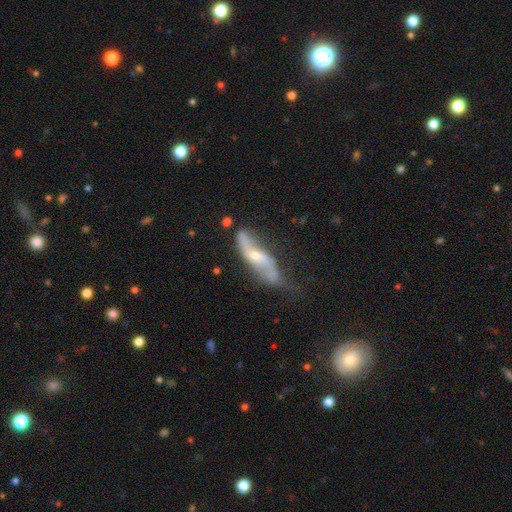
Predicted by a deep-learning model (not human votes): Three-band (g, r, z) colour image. It shows a featured or disk galaxy (76%) with no bar (50%), spiral arms (86%) and a small central bulge (53%). Merging: none (52%).